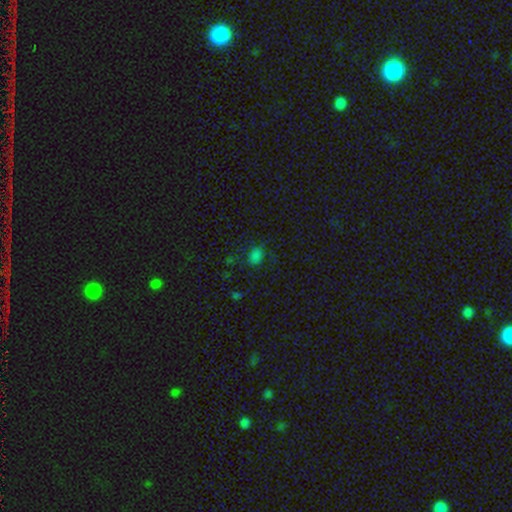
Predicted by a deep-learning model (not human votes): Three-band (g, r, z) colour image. It shows a smooth galaxy with no disk features (73%) that is in between round and cigar-shaped (67%). Merging: none (74%).